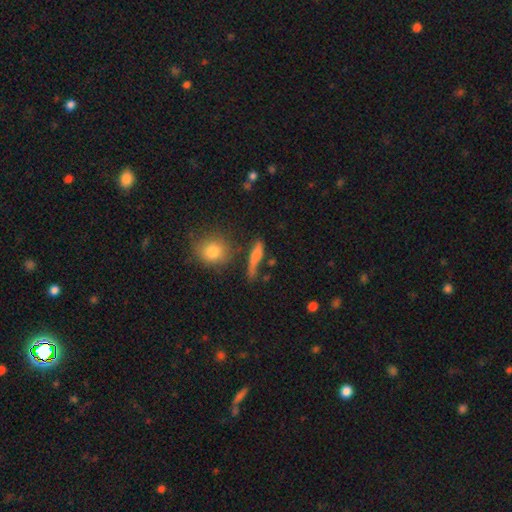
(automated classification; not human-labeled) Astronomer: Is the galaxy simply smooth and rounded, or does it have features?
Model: smooth — 68%.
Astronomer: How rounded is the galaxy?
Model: cigar-shaped — 68%.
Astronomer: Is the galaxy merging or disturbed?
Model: none — 54%.